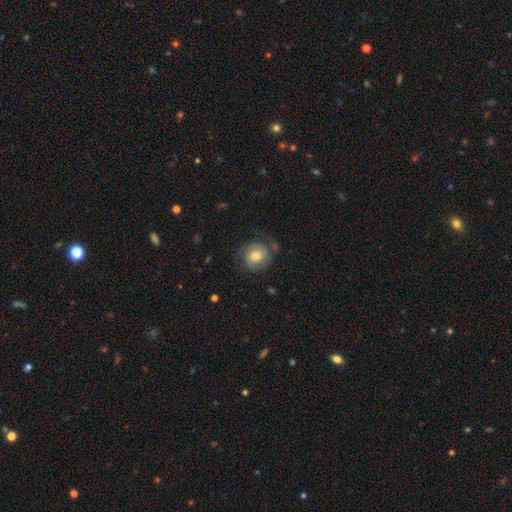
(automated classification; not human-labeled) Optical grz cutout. It shows a smooth galaxy with no disk features (47%). Merging: none (62%).